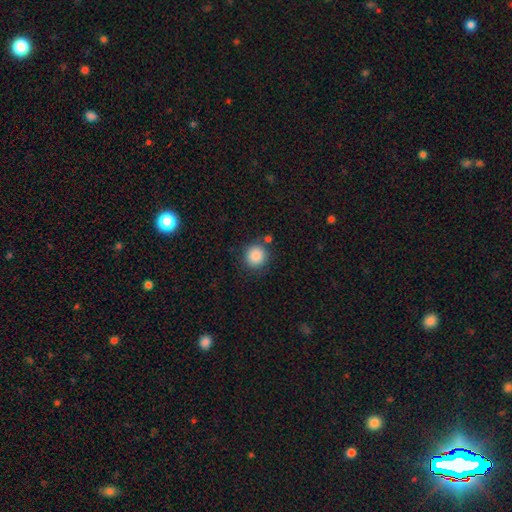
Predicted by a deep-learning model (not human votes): Smooth or featured? Predicted: smooth (p=0.87). How rounded? Predicted: round (p=0.93). Merging? Predicted: none (p=0.82).